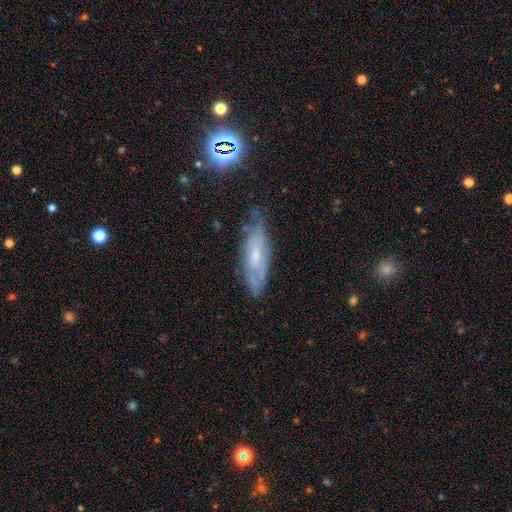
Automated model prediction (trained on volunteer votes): Smooth or featured? Predicted: featured or disk (p=0.58). Edge-on disk? Predicted: no (p=0.71). Merging? Predicted: none (p=0.65).